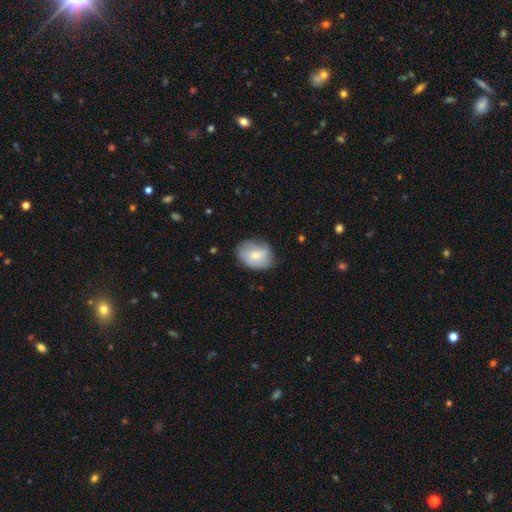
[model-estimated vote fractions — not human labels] Smooth or featured: smooth — 58% (featured or disk — 35%)
How rounded: in between — 66% (round — 33%)
Merging: none — 68% (minor disturbance — 24%)